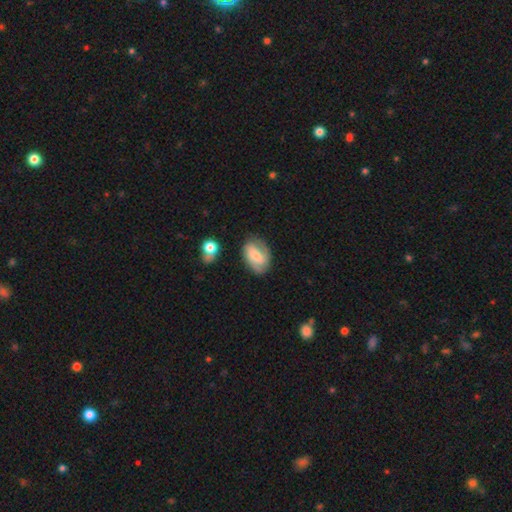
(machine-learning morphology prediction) Overall: featured or disk (54%; smooth 39%). Edge-on disk: no (96%). Bar: weak (42%; no 40%). Spiral arms: yes (86%). Bulge size: small (54%; moderate 34%). Merging: none (70%).